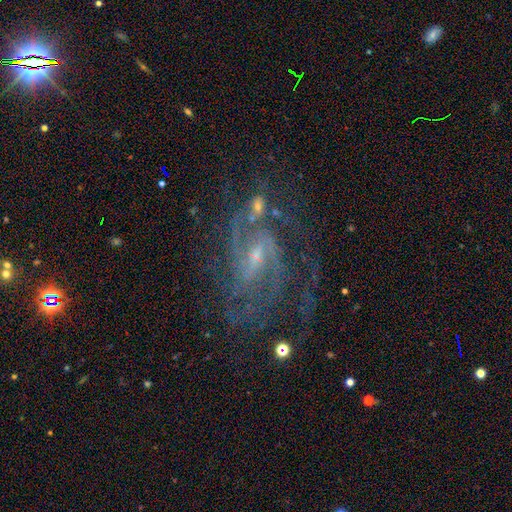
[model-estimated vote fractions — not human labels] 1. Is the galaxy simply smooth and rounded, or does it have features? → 87% featured or disk, 8% star or artifact, 4% smooth.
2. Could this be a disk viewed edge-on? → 97% no, 3% yes.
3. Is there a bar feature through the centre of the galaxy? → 51% weak, 27% no, 21% strong.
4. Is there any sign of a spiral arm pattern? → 97% yes, 3% no.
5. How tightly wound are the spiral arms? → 49% medium, 37% tight, 14% loose.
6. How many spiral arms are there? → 40% 2, 20% 3, 19% can't tell, 9% 4, 6% 1, 6% more than 4.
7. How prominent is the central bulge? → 70% small, 23% moderate, 5% none, 1% large, 1% dominant.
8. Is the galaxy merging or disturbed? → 60% none, 18% minor disturbance, 16% major disturbance, 6% merger.